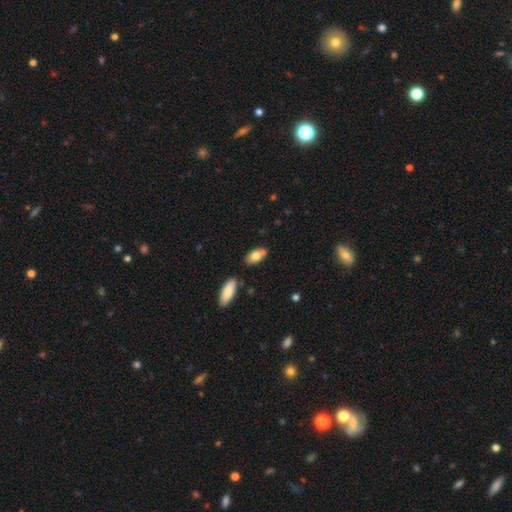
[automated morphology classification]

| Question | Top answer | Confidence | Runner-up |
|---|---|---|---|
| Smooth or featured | smooth | 77% | featured or disk (16%) |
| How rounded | in between | 89% | cigar-shaped (6%) |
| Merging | none | 60% | merger (21%) |